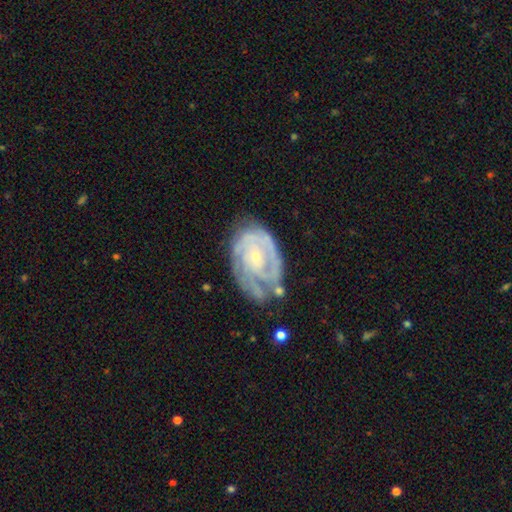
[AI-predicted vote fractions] Smooth or featured?
  - featured or disk: 86% *
  - smooth: 9%
  - star or artifact: 5%
Edge-on disk?
  - no: 97% *
  - yes: 3%
Bar?
  - no: 70% *
  - weak: 24%
  - strong: 6%
Spiral arms?
  - yes: 94% *
  - no: 6%
Spiral winding?
  - tight: 72% *
  - medium: 24%
  - loose: 5%
Spiral arm count?
  - 2: 33% *
  - can't tell: 29%
  - 3: 21%
  - 4: 7%
  - 1: 6%
  - more than 4: 4%
Bulge size?
  - small: 76% *
  - moderate: 20%
  - none: 2%
  - large: 1%
  - dominant: 1%
Merging?
  - none: 57% *
  - minor disturbance: 27%
  - major disturbance: 12%
  - merger: 4%